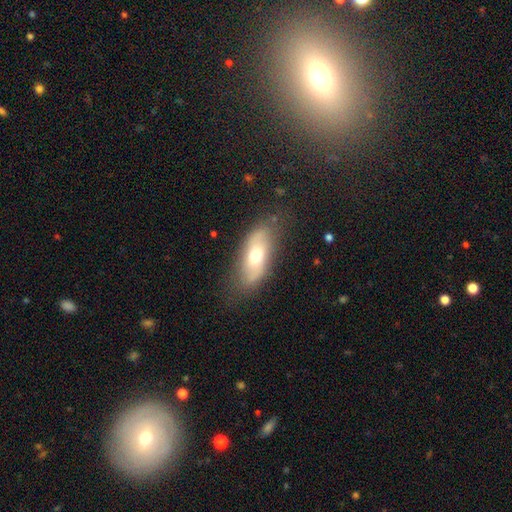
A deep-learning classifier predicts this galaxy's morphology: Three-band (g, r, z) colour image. It shows a smooth galaxy with no disk features (55%) that is in between round and cigar-shaped (80%). Merging: none (75%).